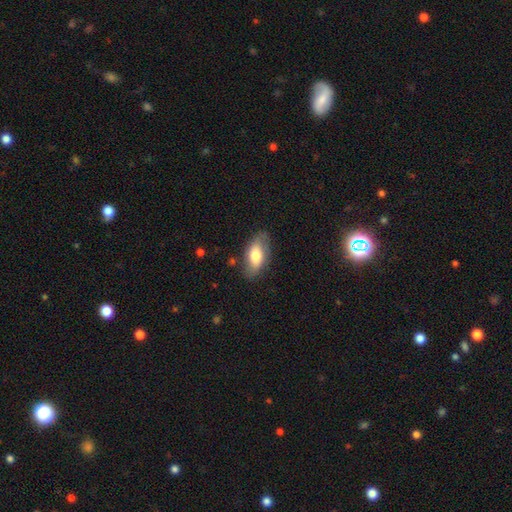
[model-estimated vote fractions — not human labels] This appears to be a smooth galaxy with no disk features (70%) that is in between round and cigar-shaped (88%). Merging: none (76%).